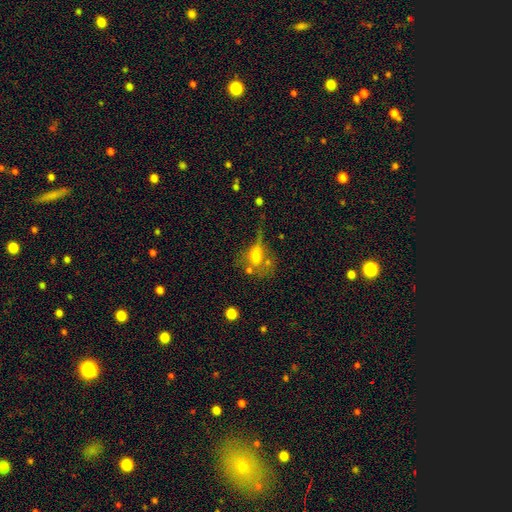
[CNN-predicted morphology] smooth-or-featured: smooth: 51% | featured or disk: 36% | star or artifact: 14%
  how-rounded: in between: 64% | round: 28% | cigar-shaped: 8%
  merging: major disturbance: 39% | none: 26% | minor disturbance: 20% | merger: 16%